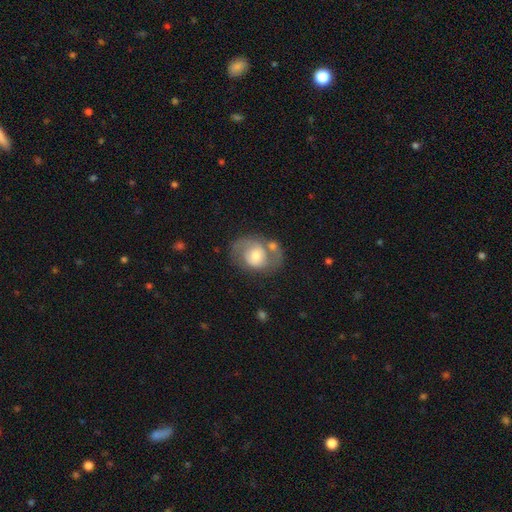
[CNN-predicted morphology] A featured or disk galaxy (61%) with no bar (61%), spiral arms (77%) and a moderate central bulge (58%). Merging: none (50%).